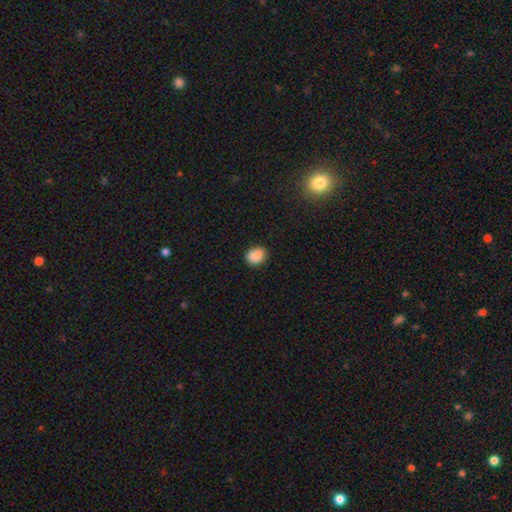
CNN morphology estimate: Smooth or featured? Predicted: smooth (p=0.84). How rounded? Predicted: round (p=0.54). Merging? Predicted: none (p=0.71).